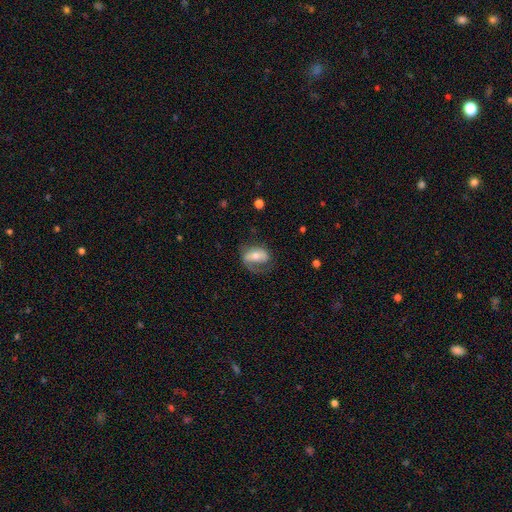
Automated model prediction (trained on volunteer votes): The model was most divided on "smooth or featured": featured or disk: 50%, smooth: 43%, star or artifact: 7%. Remaining: edge-on disk — no (92%); merging — none (50%).